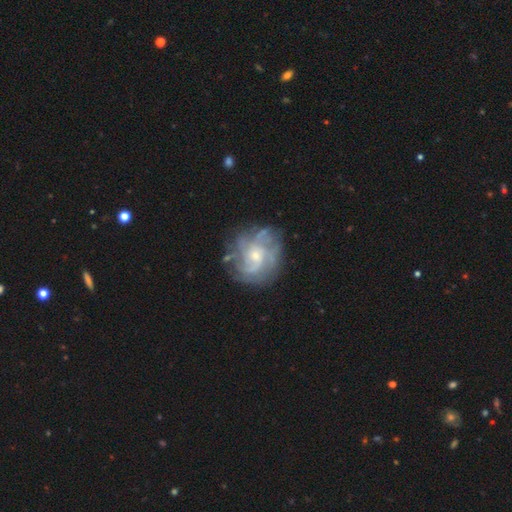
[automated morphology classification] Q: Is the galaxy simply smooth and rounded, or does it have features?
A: featured or disk — 79%.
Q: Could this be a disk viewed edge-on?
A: no — 97%.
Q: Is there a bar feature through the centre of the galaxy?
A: no — 69%.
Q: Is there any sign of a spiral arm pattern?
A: yes — 88%.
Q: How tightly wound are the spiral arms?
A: tight — 52%.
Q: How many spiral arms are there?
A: can't tell — 43%.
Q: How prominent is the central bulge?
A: small — 51%.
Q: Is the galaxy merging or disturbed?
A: none — 74%.